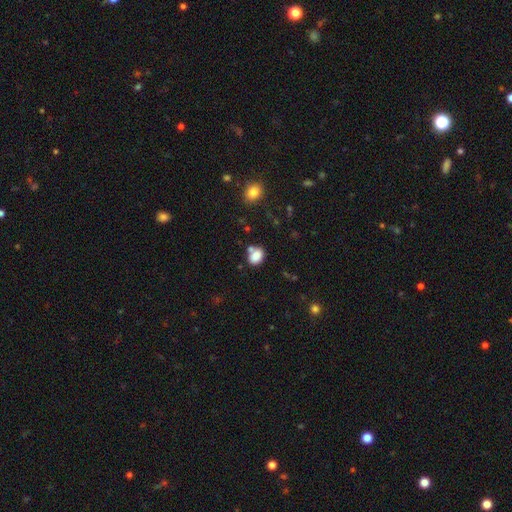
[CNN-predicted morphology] smooth_or_featured: smooth (p=0.83) [alt: star or artifact p=0.10]
how_rounded: in between (p=0.65) [alt: round p=0.34]
merging: none (p=0.55) [alt: merger p=0.24]